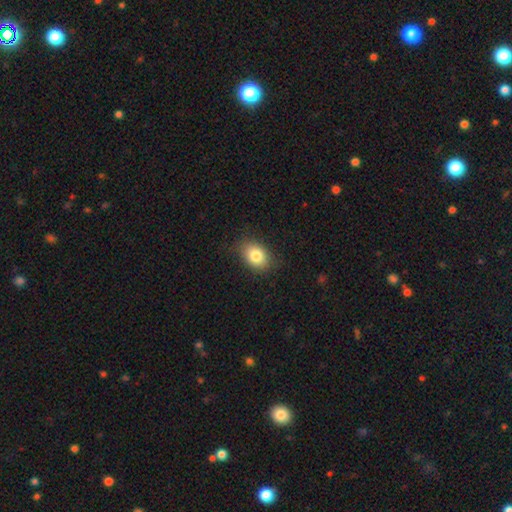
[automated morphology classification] smooth_or_featured: smooth (p=0.82) [alt: featured or disk p=0.09]
how_rounded: in between (p=0.74) [alt: round p=0.25]
merging: none (p=0.82) [alt: minor disturbance p=0.14]